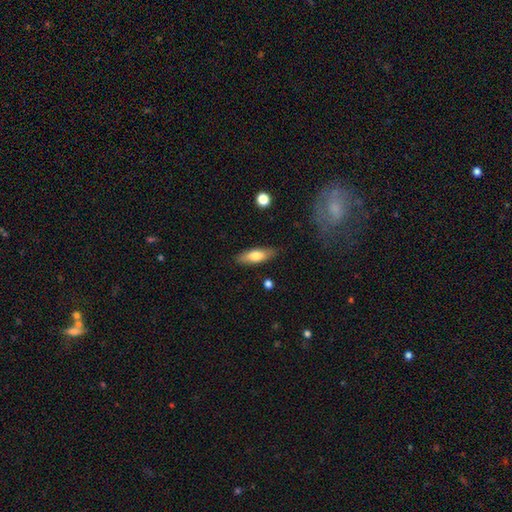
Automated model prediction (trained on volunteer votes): This appears to be a smooth galaxy with no disk features (70%) that is in between round and cigar-shaped (55%). Merging: none (85%).